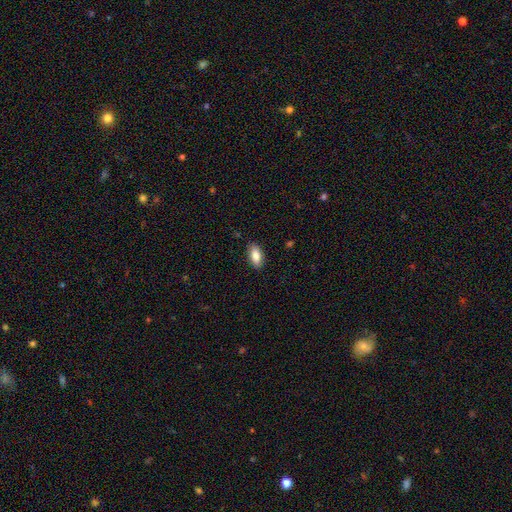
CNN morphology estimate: Smooth or featured? Predicted: smooth (p=0.84). How rounded? Predicted: in between (p=0.90). Merging? Predicted: none (p=0.87).